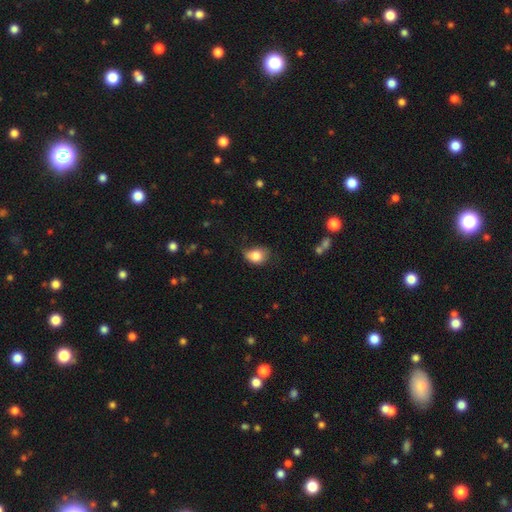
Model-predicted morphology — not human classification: Smooth or featured? Predicted: smooth (p=0.82). How rounded? Predicted: in between (p=0.59). Merging? Predicted: none (p=0.47).